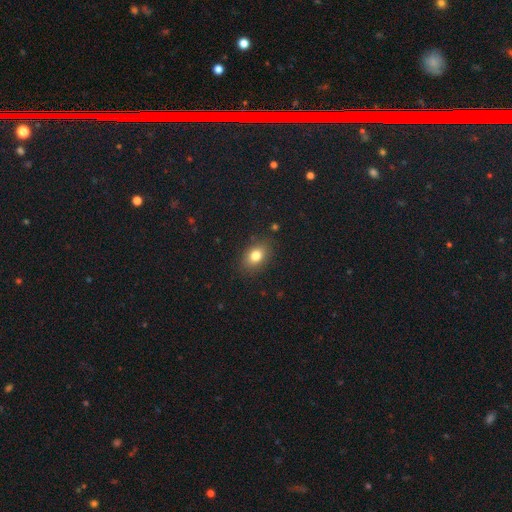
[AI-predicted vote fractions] Smooth or featured: smooth — 80% (star or artifact — 11%)
How rounded: in between — 74% (round — 25%)
Merging: none — 85% (minor disturbance — 11%)